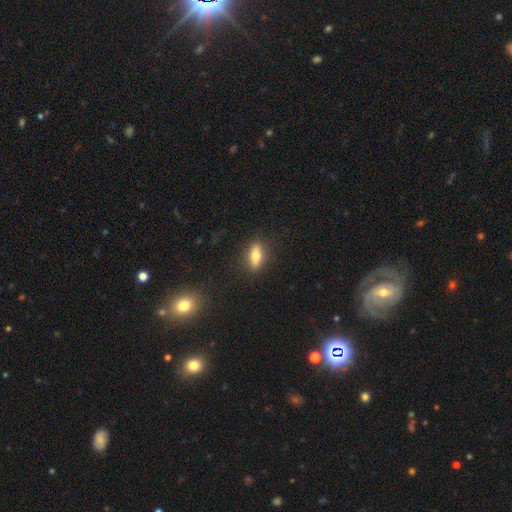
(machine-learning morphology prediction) A smooth galaxy with no disk features (73%) that is in between round and cigar-shaped (72%). Merging: none (86%).